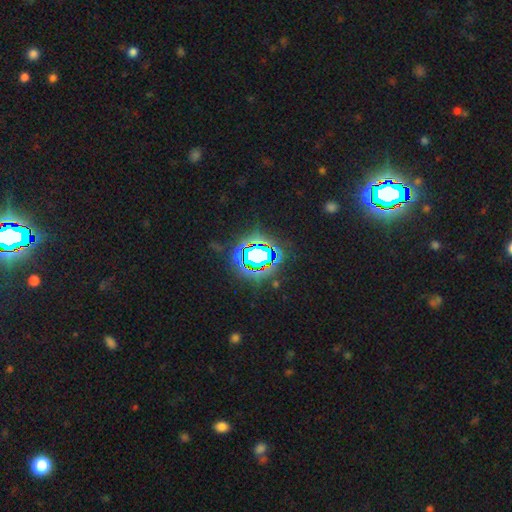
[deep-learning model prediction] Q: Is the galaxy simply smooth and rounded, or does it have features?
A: star or artifact — 74%.